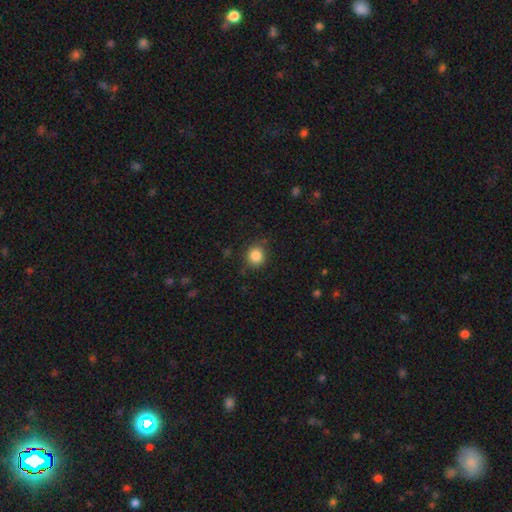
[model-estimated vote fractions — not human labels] Smooth or featured? Predicted: smooth (p=0.85). How rounded? Predicted: round (p=0.86). Merging? Predicted: none (p=0.85).